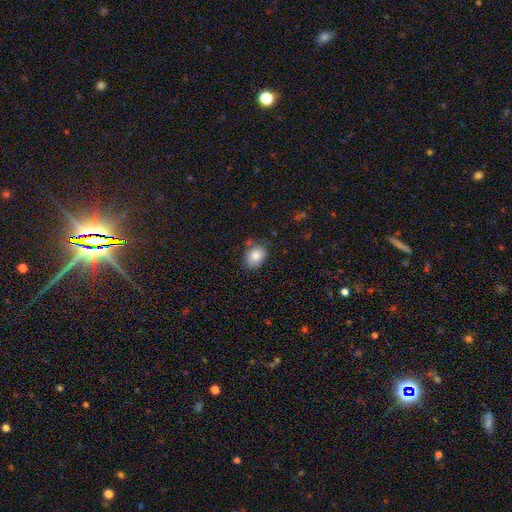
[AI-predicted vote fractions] Overall: smooth (85%). How rounded: in between (62%; round 37%). Merging: none (74%).